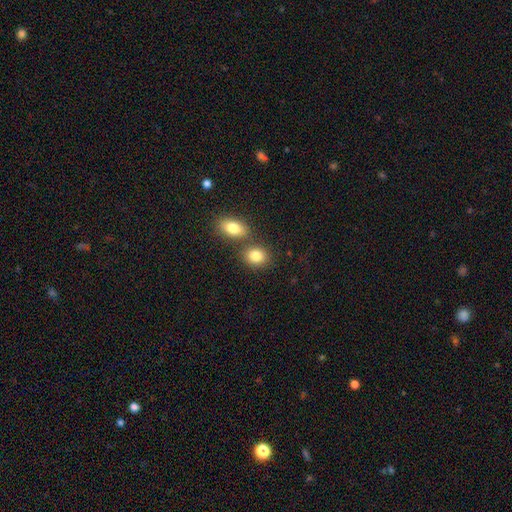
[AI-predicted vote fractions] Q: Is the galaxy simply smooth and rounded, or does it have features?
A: smooth — 84%.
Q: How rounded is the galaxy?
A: in between — 53%.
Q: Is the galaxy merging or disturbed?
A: none — 61%.